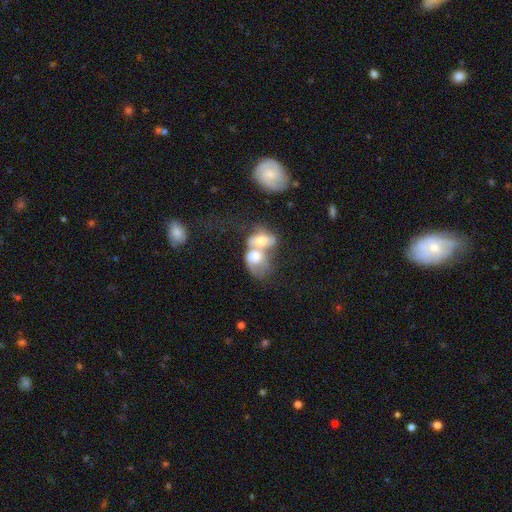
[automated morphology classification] A smooth galaxy with no disk features (51%) that is in between round and cigar-shaped (71%).

Vote fractions:
- Smooth or featured? smooth: 51% / featured or disk: 40% / star or artifact: 9%
- How rounded? in between: 71% / round: 27% / cigar-shaped: 2%
- Merging? merger: 80% / major disturbance: 8% / none: 7% / minor disturbance: 4%